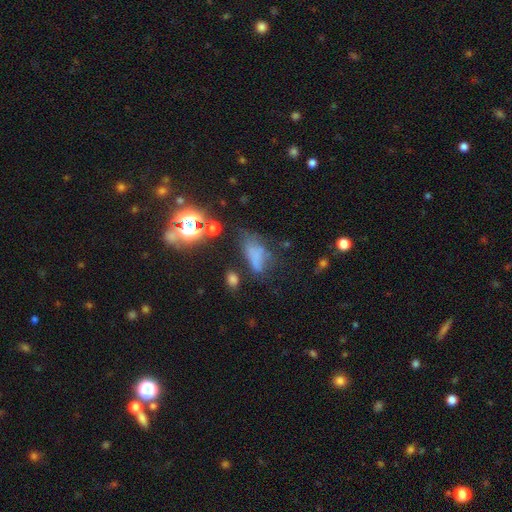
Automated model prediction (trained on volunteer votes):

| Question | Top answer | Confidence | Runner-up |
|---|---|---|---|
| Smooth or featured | smooth | 54% | star or artifact (25%) |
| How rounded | in between | 76% | round (12%) |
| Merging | none | 37% | major disturbance (27%) |